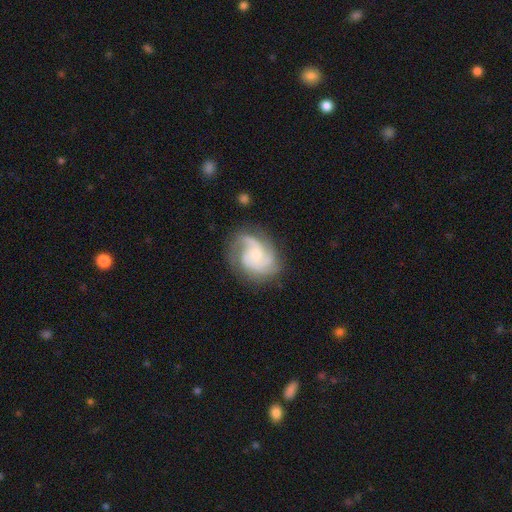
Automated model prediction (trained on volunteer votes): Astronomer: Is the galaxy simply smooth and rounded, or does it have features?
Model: featured or disk — 85%.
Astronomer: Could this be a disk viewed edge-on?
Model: no — 98%.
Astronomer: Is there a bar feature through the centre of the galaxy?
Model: no — 69%.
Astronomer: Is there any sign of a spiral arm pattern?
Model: yes — 97%.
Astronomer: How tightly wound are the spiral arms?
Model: medium — 50% (runner-up: tight, 33%).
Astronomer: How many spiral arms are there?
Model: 3 — 51%.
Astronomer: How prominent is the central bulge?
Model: small — 57% (runner-up: moderate, 36%).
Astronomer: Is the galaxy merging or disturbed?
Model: none — 72%.